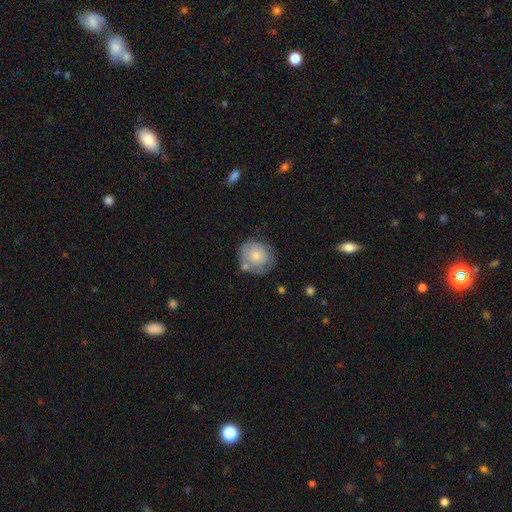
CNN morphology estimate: Smooth or featured: smooth — 62% (featured or disk — 32%)
How rounded: round — 81% (in between — 18%)
Merging: none — 58% (minor disturbance — 24%)